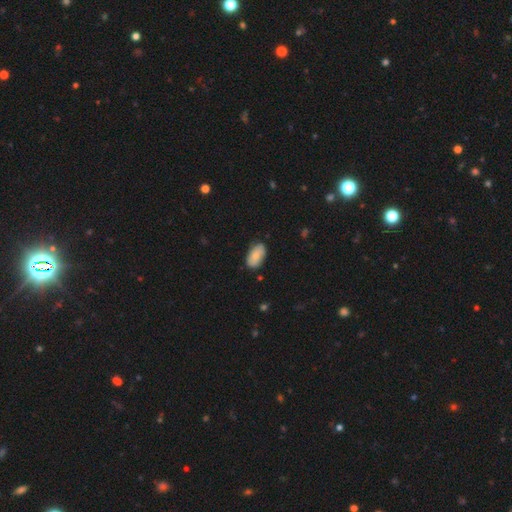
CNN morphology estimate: Smooth or featured: smooth — 79% (featured or disk — 15%)
How rounded: in between — 94% (round — 4%)
Merging: none — 78% (minor disturbance — 18%)